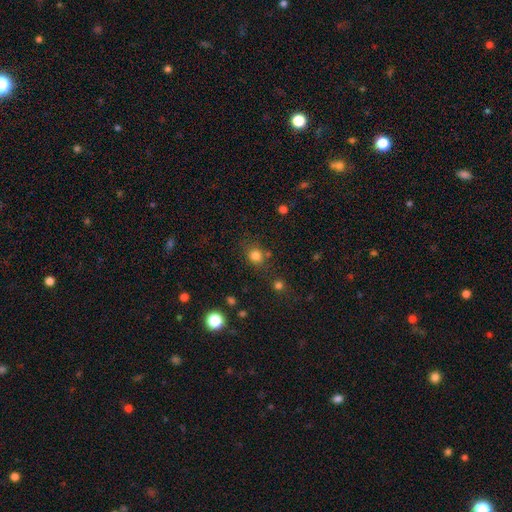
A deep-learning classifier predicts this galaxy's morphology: A smooth galaxy with no disk features (80%) that is round (81%). Merging: none (73%).